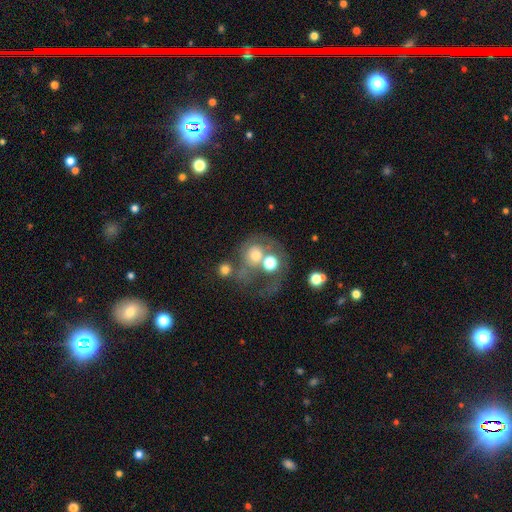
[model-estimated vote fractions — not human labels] smooth 48%, featured or disk 38%, star or artifact 14%. Down the decision tree: merging — merger (39%).